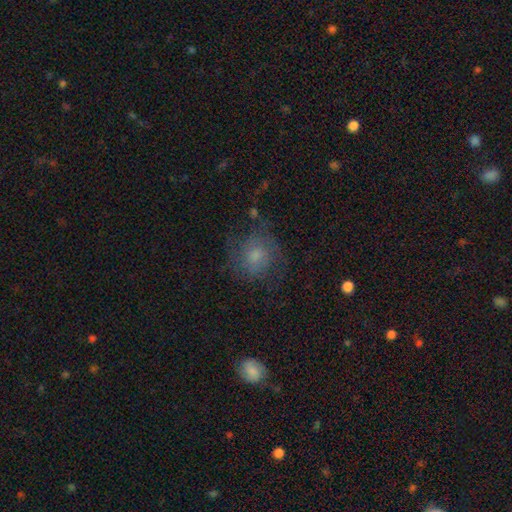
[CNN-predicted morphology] This appears to be a smooth galaxy with no disk features (52%) that is round (78%). Merging: none (61%).